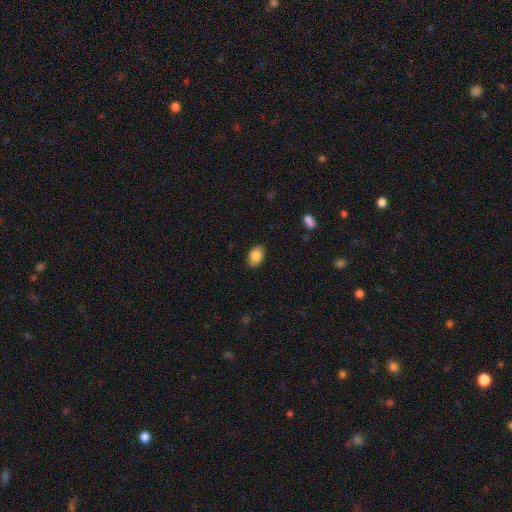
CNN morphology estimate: smooth-or-featured: smooth: 84% | featured or disk: 9% | star or artifact: 7%
  how-rounded: in between: 89% | round: 9% | cigar-shaped: 1%
  merging: none: 88% | minor disturbance: 9% | major disturbance: 2% | merger: 1%